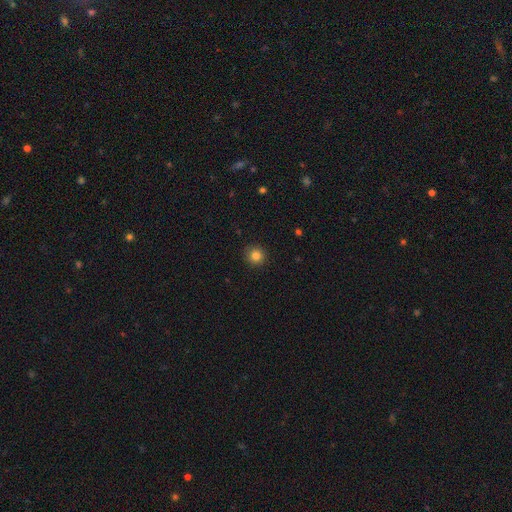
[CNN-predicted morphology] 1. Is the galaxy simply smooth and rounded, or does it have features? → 84% smooth, 12% star or artifact, 5% featured or disk.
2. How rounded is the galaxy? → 94% round, 5% in between, 1% cigar-shaped.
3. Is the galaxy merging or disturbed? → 90% none, 7% minor disturbance, 2% major disturbance, 1% merger.